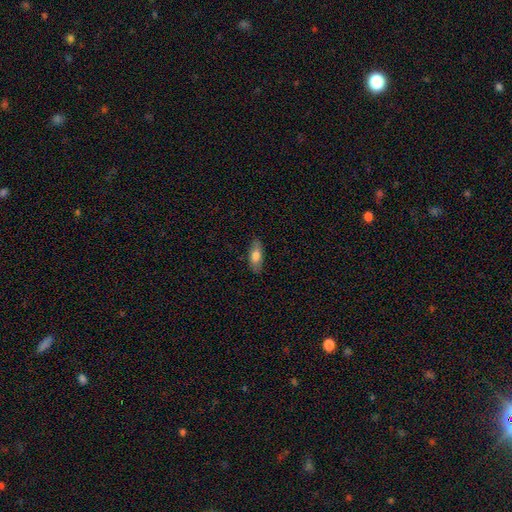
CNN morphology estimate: Smooth or featured? Predicted: smooth (p=0.75). How rounded? Predicted: in between (p=0.77). Merging? Predicted: none (p=0.84).